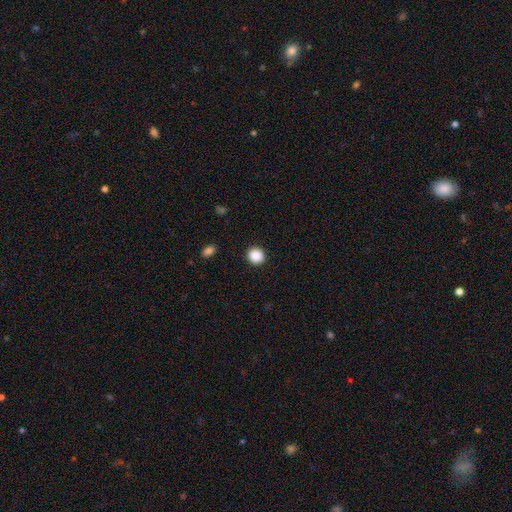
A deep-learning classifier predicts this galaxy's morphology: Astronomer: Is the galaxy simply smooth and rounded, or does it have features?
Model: smooth — 88%.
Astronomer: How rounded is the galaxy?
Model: round — 89%.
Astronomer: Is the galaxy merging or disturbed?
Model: none — 92%.